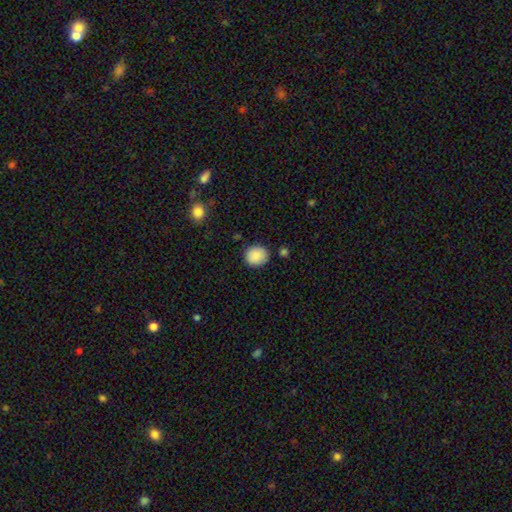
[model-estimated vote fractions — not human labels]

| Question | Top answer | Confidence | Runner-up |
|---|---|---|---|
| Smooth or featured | smooth | 89% | star or artifact (8%) |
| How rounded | round | 80% | in between (19%) |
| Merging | none | 85% | minor disturbance (10%) |